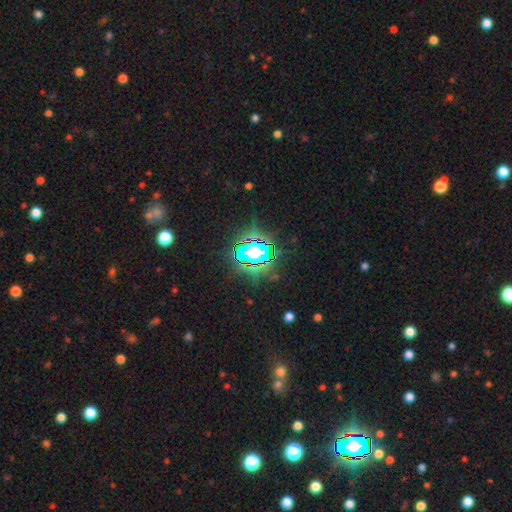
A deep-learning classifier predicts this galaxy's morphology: Q: Smooth or featured?
A: star or artifact (68%); runner-up: smooth (19%)